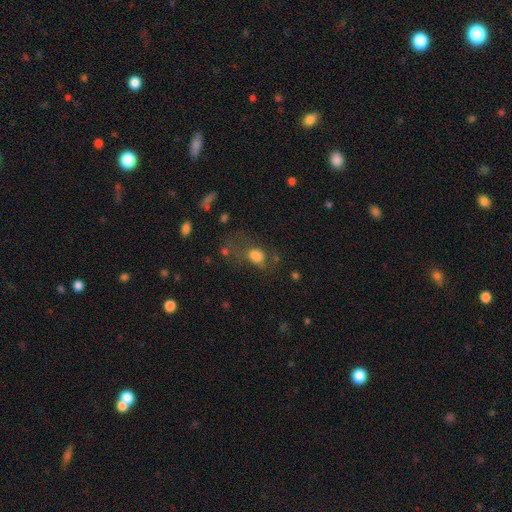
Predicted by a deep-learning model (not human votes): Smooth or featured? Predicted: smooth (p=0.70). How rounded? Predicted: in between (p=0.57). Merging? Predicted: major disturbance (p=0.38).